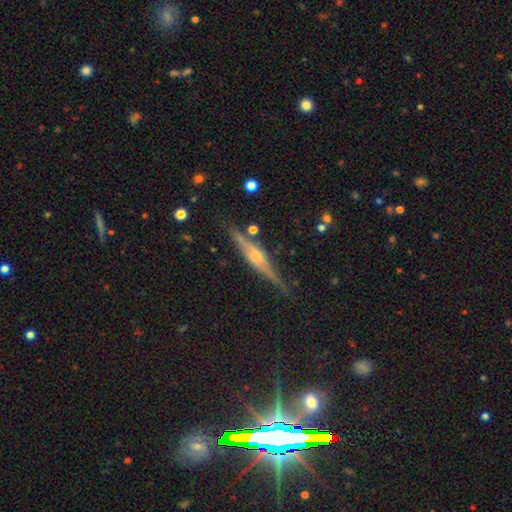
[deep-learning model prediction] A featured or disk galaxy (73%) viewed edge-on (97%) with a rounded central bulge (77%). Merging: none (86%).